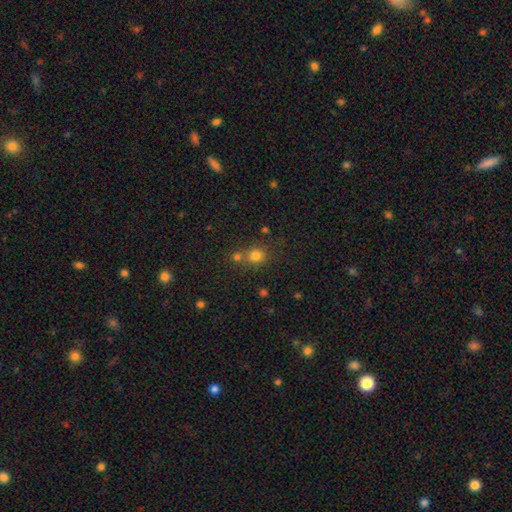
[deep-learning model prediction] A smooth galaxy with no disk features (75%) that is round (83%).

Vote fractions:
- Smooth or featured? smooth: 75% / star or artifact: 17% / featured or disk: 8%
- How rounded? round: 83% / in between: 16% / cigar-shaped: 1%
- Merging? none: 56% / merger: 31% / minor disturbance: 9% / major disturbance: 4%